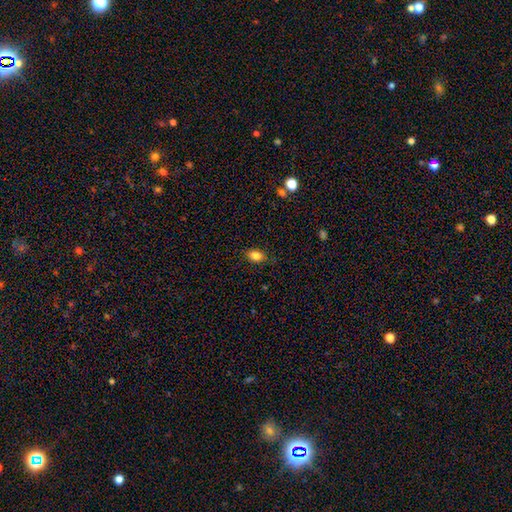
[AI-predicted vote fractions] smooth-or-featured: smooth: 85% | star or artifact: 10% | featured or disk: 5%
  how-rounded: in between: 79% | round: 19% | cigar-shaped: 2%
  merging: none: 86% | minor disturbance: 11% | major disturbance: 2% | merger: 1%